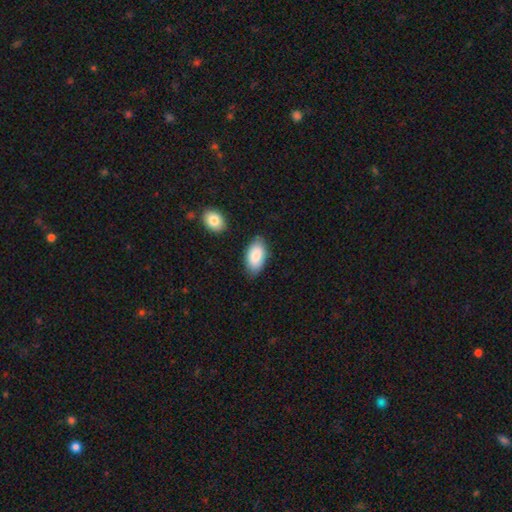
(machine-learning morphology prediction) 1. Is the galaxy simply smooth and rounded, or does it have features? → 85% smooth, 9% featured or disk, 6% star or artifact.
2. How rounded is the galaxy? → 95% in between, 3% round, 2% cigar-shaped.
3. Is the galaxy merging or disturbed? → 80% none, 14% minor disturbance, 3% merger, 3% major disturbance.